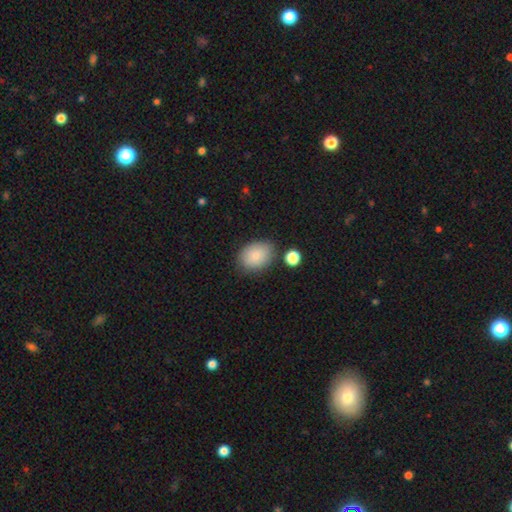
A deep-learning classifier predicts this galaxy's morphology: This appears to be a smooth galaxy with no disk features (84%) that is in between round and cigar-shaped (72%). Merging: none (78%).